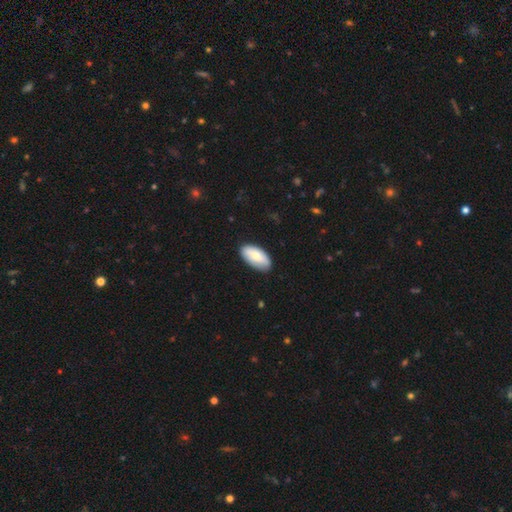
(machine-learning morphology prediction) Smooth or featured? smooth (73%)
How rounded? in between (94%)
Merging? none (85%)